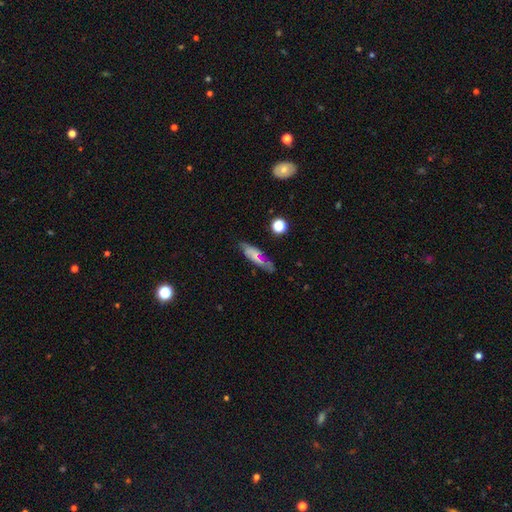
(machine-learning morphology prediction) This appears to be a smooth galaxy with no disk features (54%) that is cigar-shaped (57%). Merging: none (65%).